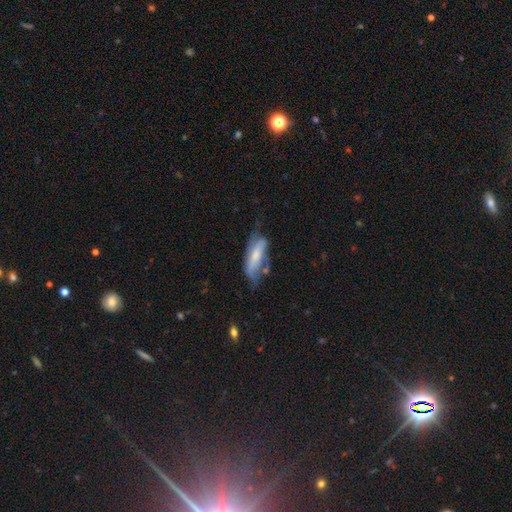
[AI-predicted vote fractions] This is possibly a featured or disk galaxy (48%). Merging: marginally none (39%).